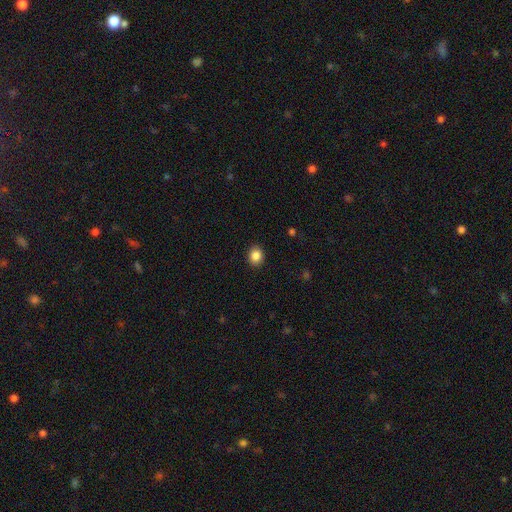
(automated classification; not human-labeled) This appears to be a smooth galaxy with no disk features (87%) that is round (65%). Merging: none (91%).